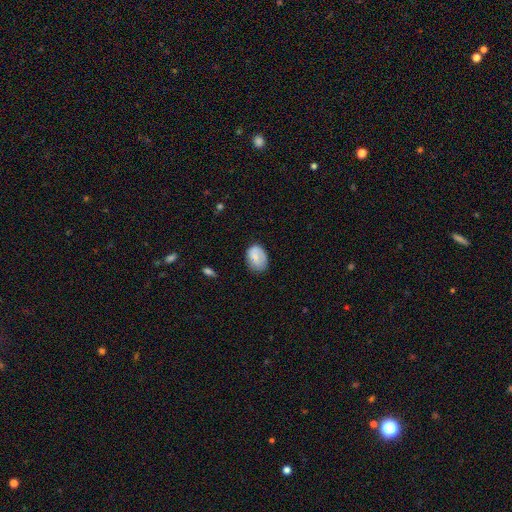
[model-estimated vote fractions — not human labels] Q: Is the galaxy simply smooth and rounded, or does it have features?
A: smooth — 76%.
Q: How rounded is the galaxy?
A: in between — 79%.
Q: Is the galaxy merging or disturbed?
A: none — 66%.